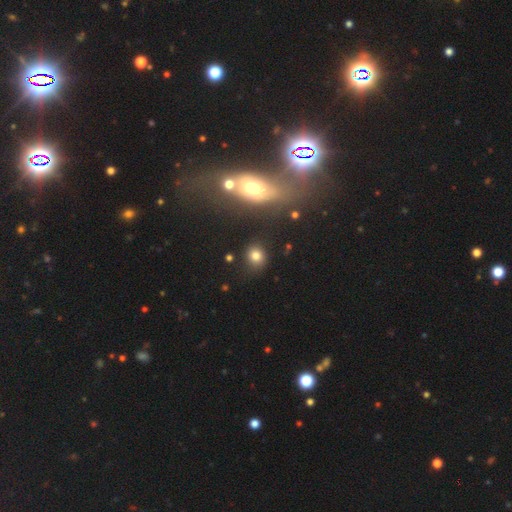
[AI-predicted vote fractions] Overall: smooth (79%). How rounded: round (83%). Merging: none (84%).